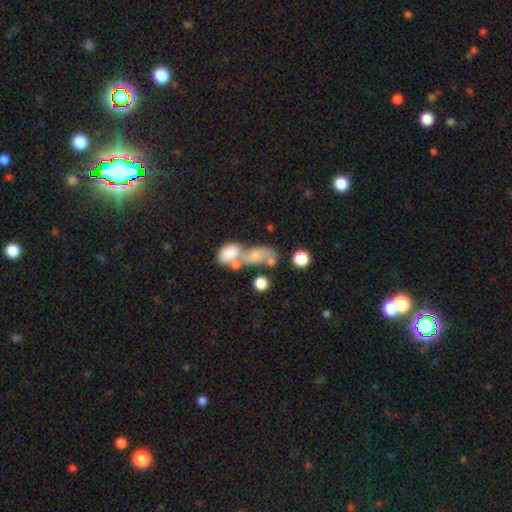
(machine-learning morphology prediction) Overall: smooth (56%; featured or disk 33%). How rounded: in between (79%). Merging: merger (60%).